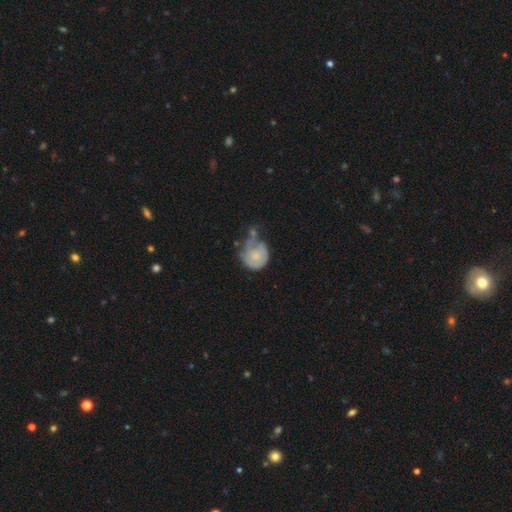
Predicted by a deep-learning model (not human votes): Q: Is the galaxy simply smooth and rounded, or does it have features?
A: smooth — 56%.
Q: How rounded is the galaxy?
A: round — 79%.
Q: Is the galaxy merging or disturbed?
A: major disturbance — 29%.